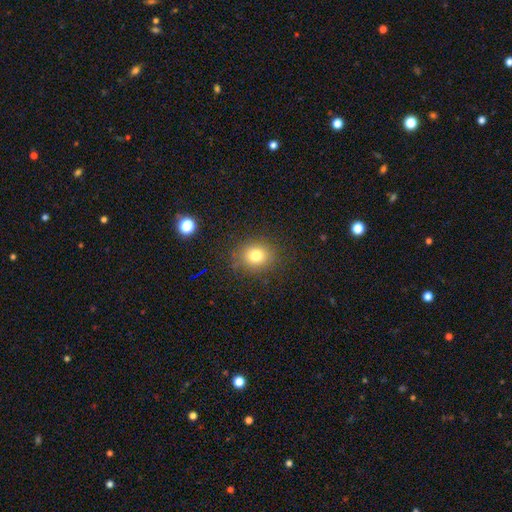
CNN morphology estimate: Smooth or featured? Predicted: smooth (p=0.77). How rounded? Predicted: round (p=0.75). Merging? Predicted: none (p=0.86).